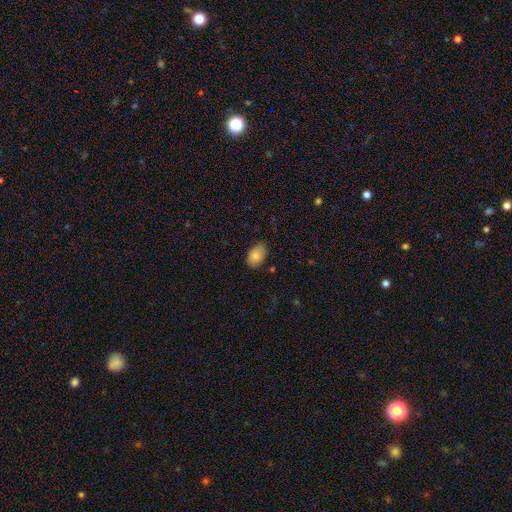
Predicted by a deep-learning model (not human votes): Smooth or featured? Predicted: smooth (p=0.79). How rounded? Predicted: in between (p=0.84). Merging? Predicted: none (p=0.75).